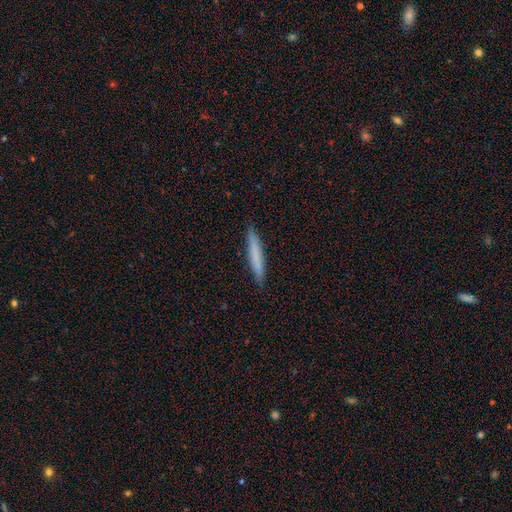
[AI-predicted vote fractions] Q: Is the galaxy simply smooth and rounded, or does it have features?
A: smooth — 72%.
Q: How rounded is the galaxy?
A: cigar-shaped — 95%.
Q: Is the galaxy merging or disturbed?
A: none — 90%.